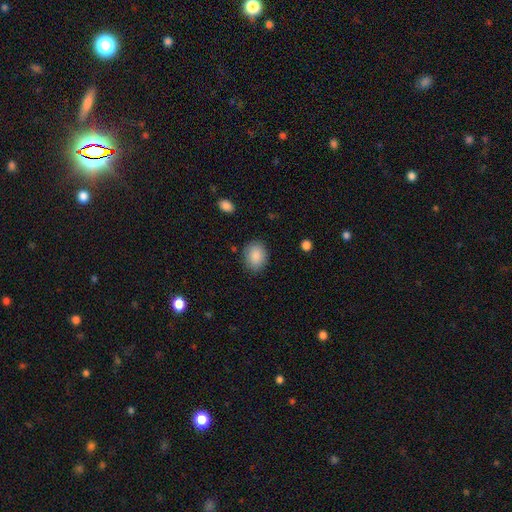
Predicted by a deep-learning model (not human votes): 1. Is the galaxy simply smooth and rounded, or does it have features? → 88% smooth, 7% star or artifact, 4% featured or disk.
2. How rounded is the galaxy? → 57% in between, 42% round, 1% cigar-shaped.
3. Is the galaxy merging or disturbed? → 83% none, 12% minor disturbance, 3% major disturbance, 1% merger.